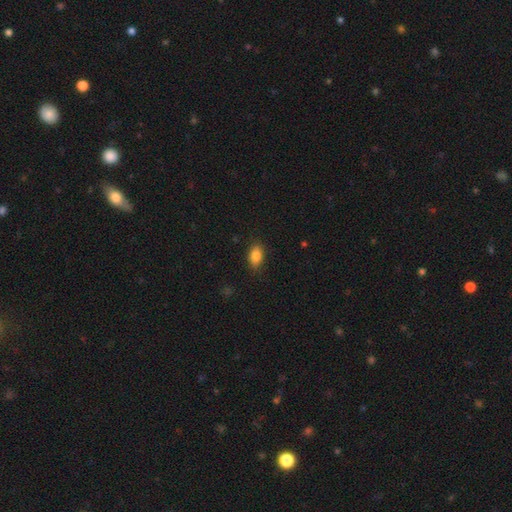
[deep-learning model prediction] Smooth or featured? Predicted: smooth (p=0.86). How rounded? Predicted: in between (p=0.87). Merging? Predicted: none (p=0.85).